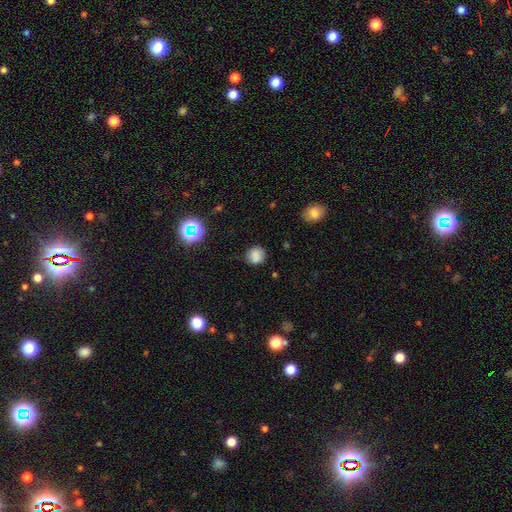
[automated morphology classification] Overall: smooth (81%). How rounded: round (83%). Merging: none (79%).